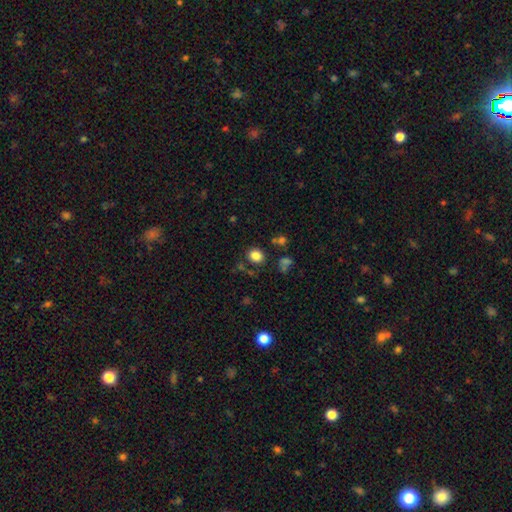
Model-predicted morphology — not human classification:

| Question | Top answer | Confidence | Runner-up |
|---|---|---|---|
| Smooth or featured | smooth | 82% | star or artifact (12%) |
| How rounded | round | 66% | in between (33%) |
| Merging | none | 80% | minor disturbance (10%) |